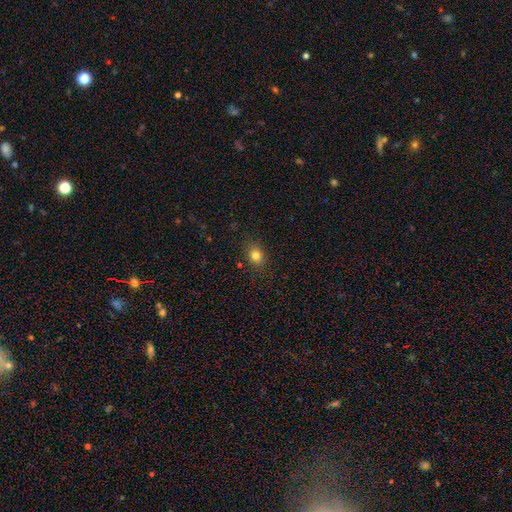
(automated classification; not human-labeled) Smooth or featured: smooth — 79% (star or artifact — 13%)
How rounded: round — 60% (in between — 39%)
Merging: none — 85% (minor disturbance — 11%)